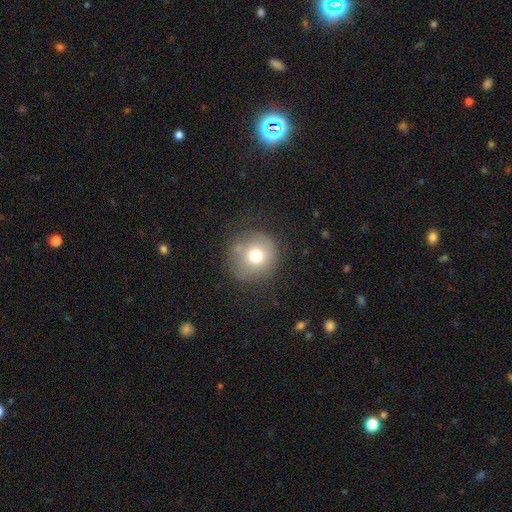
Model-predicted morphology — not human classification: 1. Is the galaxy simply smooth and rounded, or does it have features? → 71% smooth, 17% featured or disk, 12% star or artifact.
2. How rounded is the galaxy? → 92% round, 7% in between, 1% cigar-shaped.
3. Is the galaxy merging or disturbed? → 70% none, 18% minor disturbance, 9% major disturbance, 4% merger.